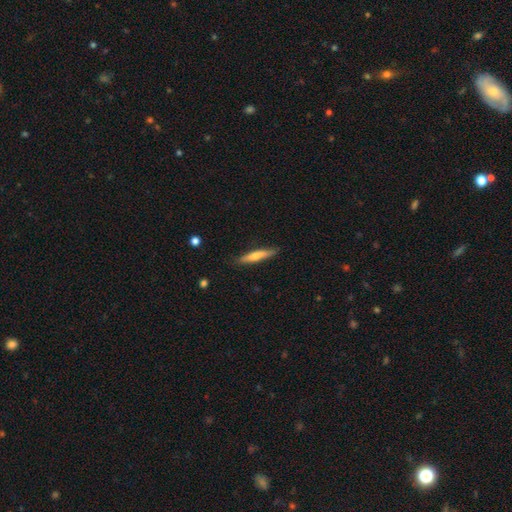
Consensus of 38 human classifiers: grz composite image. It shows a smooth galaxy with no disk features (50%) that is cigar-shaped (89%). Merging: none (91%).